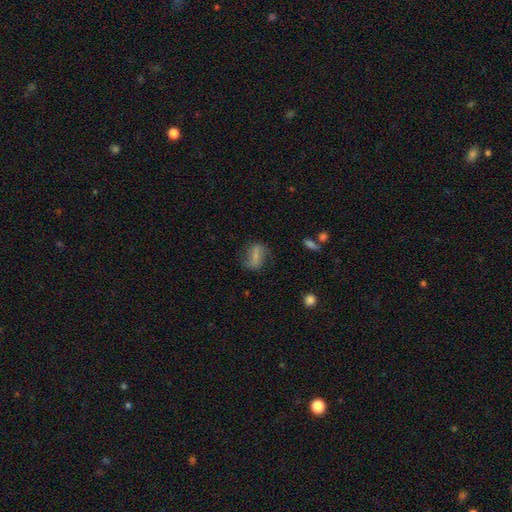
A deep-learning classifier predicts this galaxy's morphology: Smooth or featured? Predicted: smooth (p=0.53). How rounded? Predicted: in between (p=0.70). Merging? Predicted: none (p=0.68).